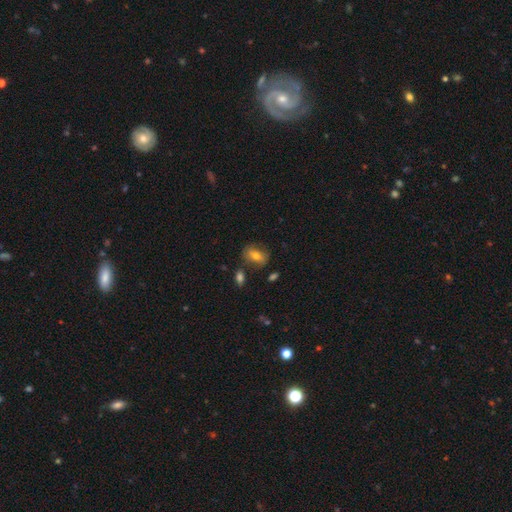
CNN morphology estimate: Smooth or featured?
  - smooth: 66% *
  - featured or disk: 25%
  - star or artifact: 9%
How rounded?
  - in between: 71% *
  - round: 26%
  - cigar-shaped: 3%
Merging?
  - none: 71% *
  - minor disturbance: 17%
  - merger: 7%
  - major disturbance: 6%